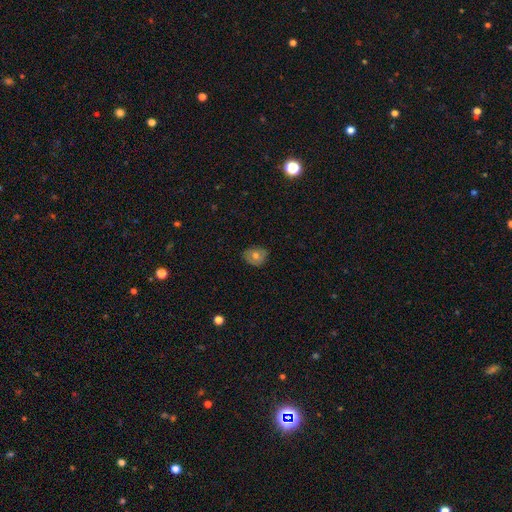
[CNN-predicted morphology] Smooth or featured? smooth (67%)
How rounded? round (54%)
Merging? none (77%)